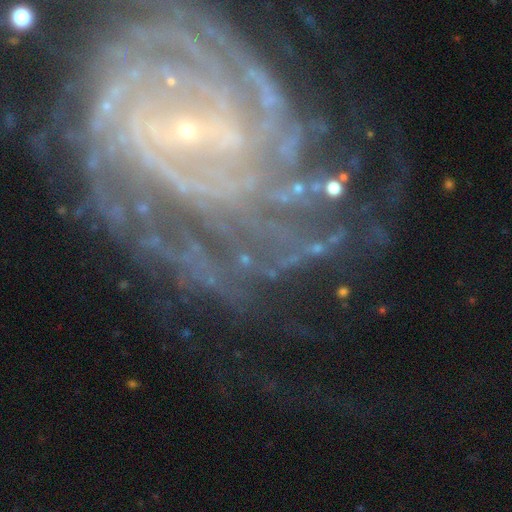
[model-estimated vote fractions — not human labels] Overall: featured or disk (89%). Edge-on disk: no (97%). Bar: weak (40%; no 32%). Spiral arms: yes (98%). Spiral arm count: can't tell (22%, tied with more than 4). Spiral winding: tight (71%). Bulge size: small (87%). Merging: none (71%).